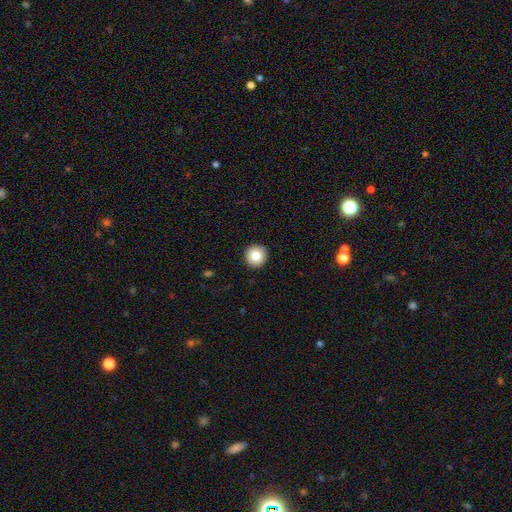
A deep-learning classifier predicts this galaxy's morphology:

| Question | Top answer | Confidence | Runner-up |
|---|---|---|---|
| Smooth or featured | smooth | 85% | star or artifact (9%) |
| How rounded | round | 95% | in between (4%) |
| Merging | none | 92% | minor disturbance (5%) |